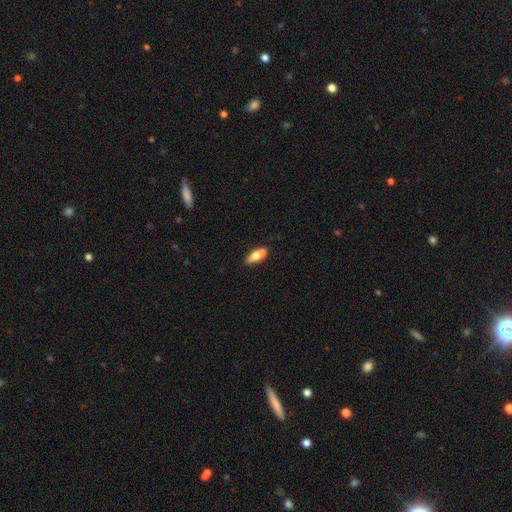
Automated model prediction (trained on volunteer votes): smooth 60%, featured or disk 32%, star or artifact 7%. Down the decision tree: how rounded — in between (69%); merging — none (43%).